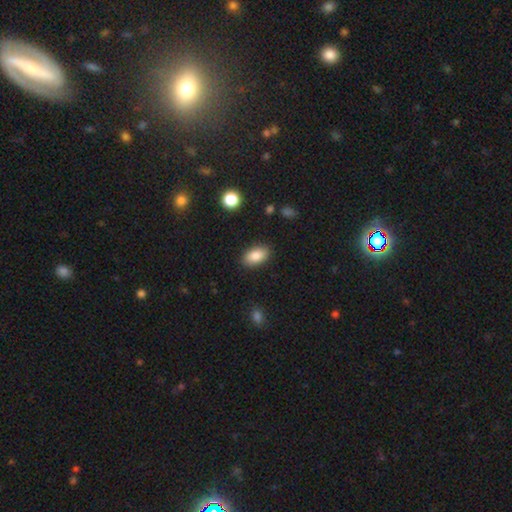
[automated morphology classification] The model was most divided on "merging": none: 87%, minor disturbance: 9%, major disturbance: 2%, merger: 1%. More confident: how rounded — in between (92%); smooth or featured — smooth (86%).